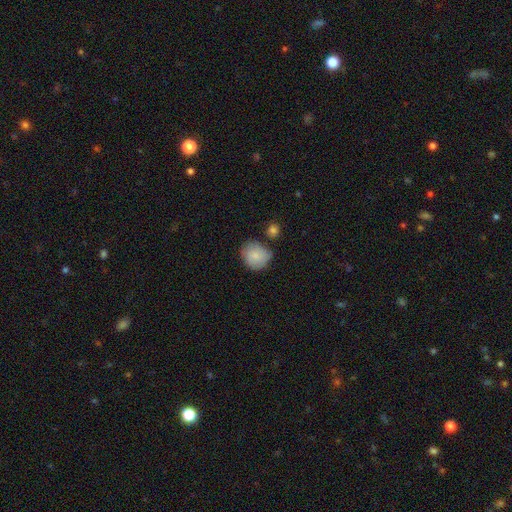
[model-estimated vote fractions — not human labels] smooth_or_featured: smooth (p=0.76) [alt: featured or disk p=0.17]
how_rounded: round (p=0.78) [alt: in between p=0.21]
merging: none (p=0.62) [alt: minor disturbance p=0.25]